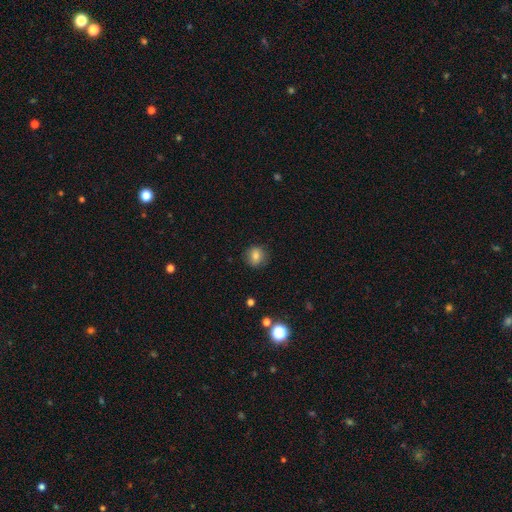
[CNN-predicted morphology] This appears to be a smooth galaxy with no disk features (79%) that is round (79%). Merging: none (85%).